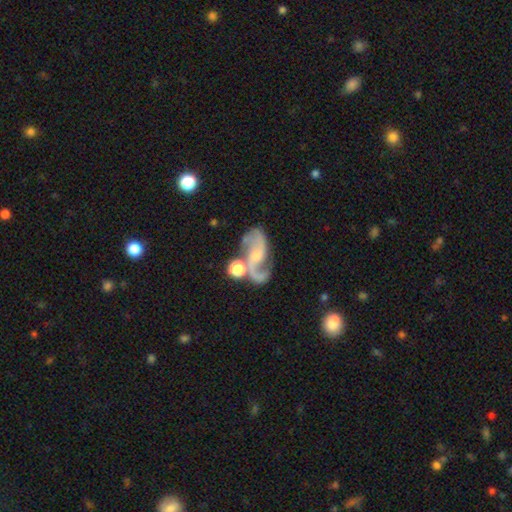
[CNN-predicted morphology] Overall: featured or disk (86%). Edge-on disk: no (97%). Bar: no (48%; weak 39%). Spiral arms: yes (96%). Spiral arm count: 2 (91%). Spiral winding: loose (49%; medium 41%). Bulge size: small (54%; moderate 31%). Merging: none (53%; merger 18%).